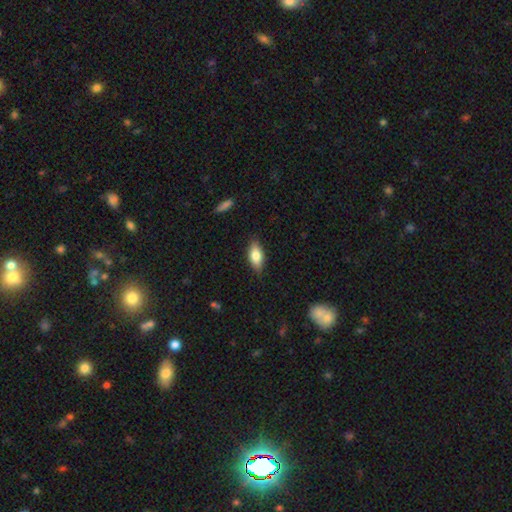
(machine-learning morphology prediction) This appears to be a smooth galaxy with no disk features (75%) that is in between round and cigar-shaped (82%). Merging: none (84%).